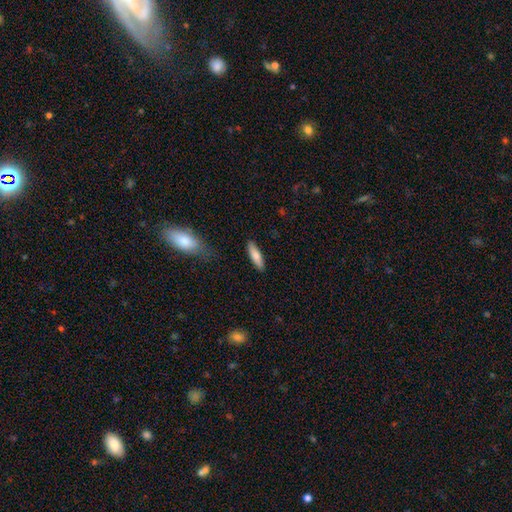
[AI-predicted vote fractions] Overall: smooth (79%). How rounded: cigar-shaped (60%; in between 38%). Merging: none (86%).